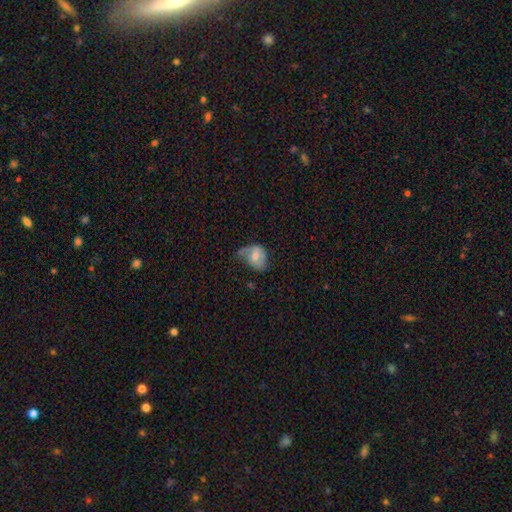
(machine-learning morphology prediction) Smooth or featured? Predicted: smooth (p=0.58). How rounded? Predicted: in between (p=0.59). Merging? Predicted: minor disturbance (p=0.36).